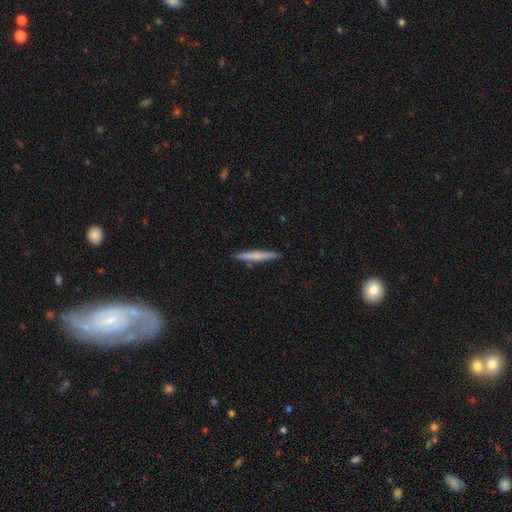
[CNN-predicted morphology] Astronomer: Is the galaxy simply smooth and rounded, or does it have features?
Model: smooth — 51% (runner-up: featured or disk, 44%).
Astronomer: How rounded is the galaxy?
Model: cigar-shaped — 95%.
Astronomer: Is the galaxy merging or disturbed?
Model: none — 90%.